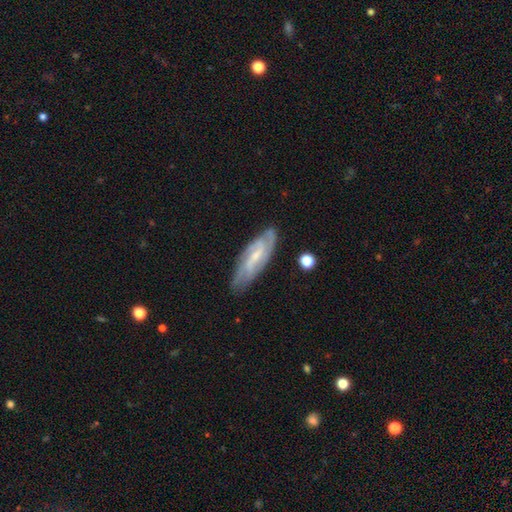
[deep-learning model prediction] Q: Smooth or featured?
A: featured or disk (79%); runner-up: smooth (15%)
Q: Edge-on disk?
A: no (86%); runner-up: yes (14%)
Q: Bar?
A: weak (50%); runner-up: no (28%)
Q: Spiral arms?
A: yes (94%); runner-up: no (6%)
Q: Spiral winding?
A: tight (44%); runner-up: medium (42%)
Q: Spiral arm count?
A: 2 (45%); runner-up: can't tell (24%)
Q: Bulge size?
A: small (60%); runner-up: moderate (27%)
Q: Merging?
A: none (77%); runner-up: minor disturbance (17%)